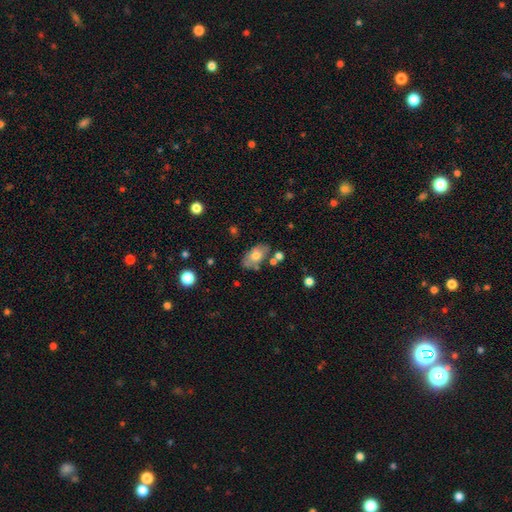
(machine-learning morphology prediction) Overall: smooth (65%; featured or disk 27%). How rounded: in between (91%). Merging: none (66%).